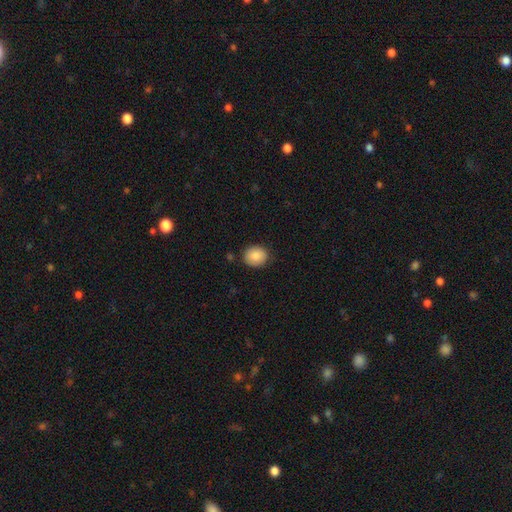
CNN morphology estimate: A smooth galaxy with no disk features (86%) that is round (74%).

Vote fractions:
- Smooth or featured? smooth: 86% / star or artifact: 8% / featured or disk: 6%
- How rounded? round: 74% / in between: 25% / cigar-shaped: 1%
- Merging? none: 85% / minor disturbance: 11% / major disturbance: 2% / merger: 2%